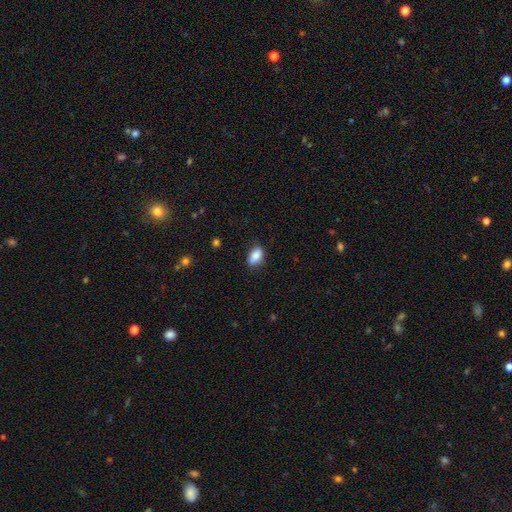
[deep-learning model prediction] Q: Smooth or featured?
A: smooth (86%); runner-up: star or artifact (8%)
Q: How rounded?
A: in between (89%); runner-up: round (8%)
Q: Merging?
A: none (79%); runner-up: minor disturbance (17%)